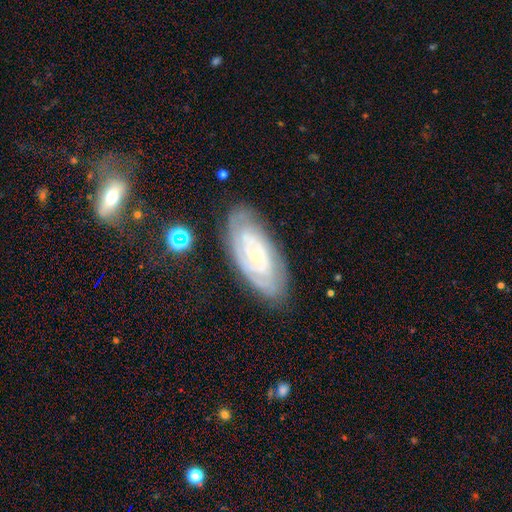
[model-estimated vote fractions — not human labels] smooth-or-featured: featured or disk: 81% | smooth: 13% | star or artifact: 6%
  disk-edge-on: no: 93% | yes: 7%
    bar: no: 71% | weak: 22% | strong: 6%
    has-spiral-arms: yes: 89% | no: 11%
      spiral-winding: tight: 77% | medium: 19% | loose: 4%
      spiral-arm-count: can't tell: 45% | 2: 27% | 3: 13% | 4: 6% | 1: 5% | more than 4: 4%
    bulge-size: small: 77% | moderate: 19% | none: 1% | large: 1% | dominant: 1%
  merging: none: 76% | minor disturbance: 17% | major disturbance: 5% | merger: 2%